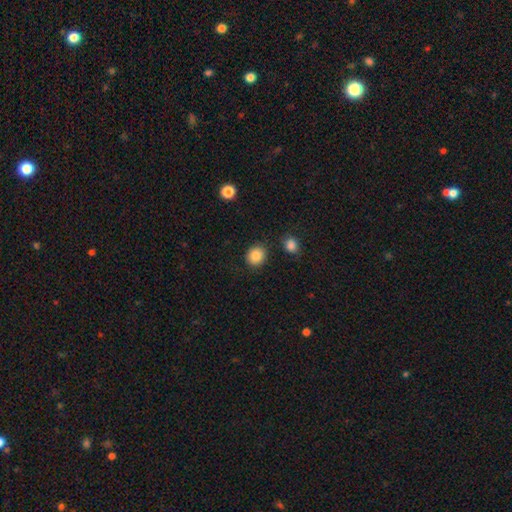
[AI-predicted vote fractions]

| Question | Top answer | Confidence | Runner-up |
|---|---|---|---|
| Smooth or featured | smooth | 86% | star or artifact (9%) |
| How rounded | round | 79% | in between (20%) |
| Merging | none | 86% | minor disturbance (8%) |